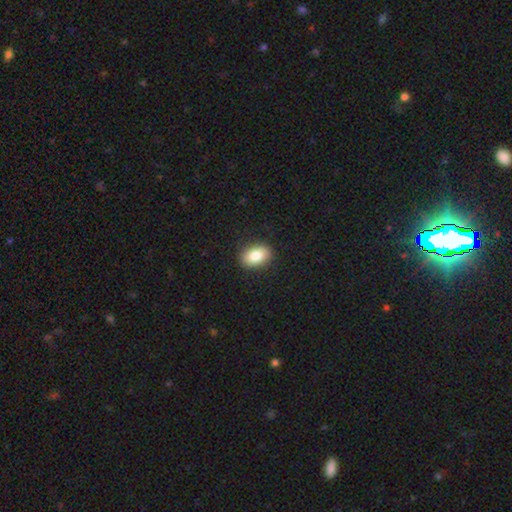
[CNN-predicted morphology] A smooth galaxy with no disk features (85%) that is in between round and cigar-shaped (85%).

Vote fractions:
- Smooth or featured? smooth: 85% / star or artifact: 8% / featured or disk: 7%
- How rounded? in between: 85% / round: 14% / cigar-shaped: 1%
- Merging? none: 89% / minor disturbance: 8% / major disturbance: 2% / merger: 1%